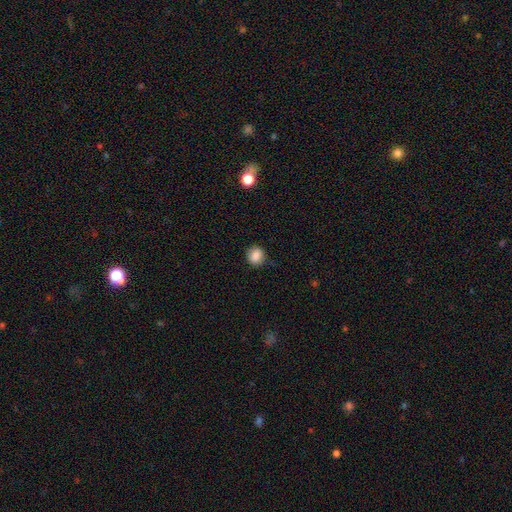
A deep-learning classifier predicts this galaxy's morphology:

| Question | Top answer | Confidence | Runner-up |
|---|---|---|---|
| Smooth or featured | smooth | 84% | star or artifact (9%) |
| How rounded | round | 78% | in between (21%) |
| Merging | none | 81% | minor disturbance (15%) |